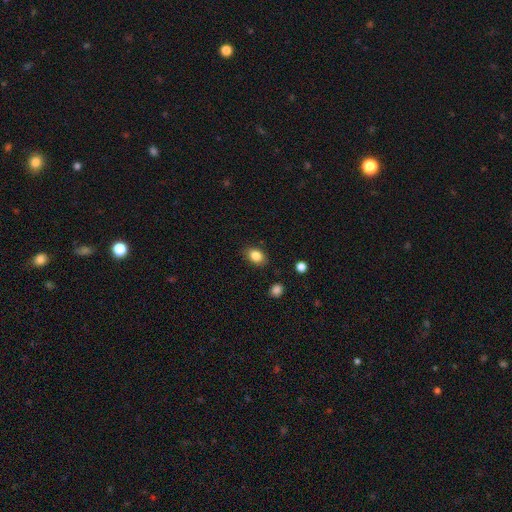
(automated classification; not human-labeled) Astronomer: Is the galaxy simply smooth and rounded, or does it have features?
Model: smooth — 85%.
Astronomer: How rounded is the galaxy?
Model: in between — 73%.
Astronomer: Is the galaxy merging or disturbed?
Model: none — 83%.